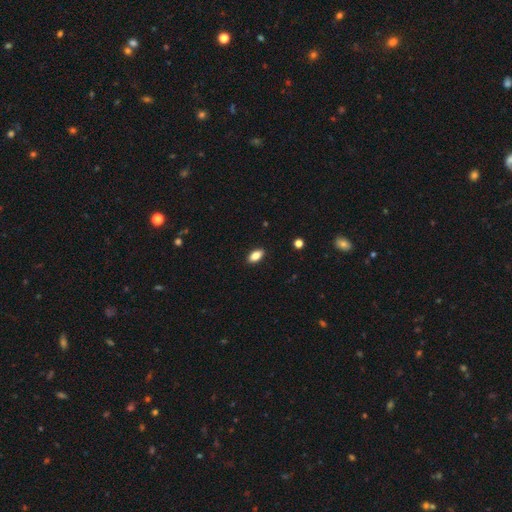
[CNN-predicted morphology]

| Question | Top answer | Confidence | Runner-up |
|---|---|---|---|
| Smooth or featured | smooth | 84% | star or artifact (8%) |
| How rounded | in between | 90% | round (5%) |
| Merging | none | 90% | minor disturbance (8%) |